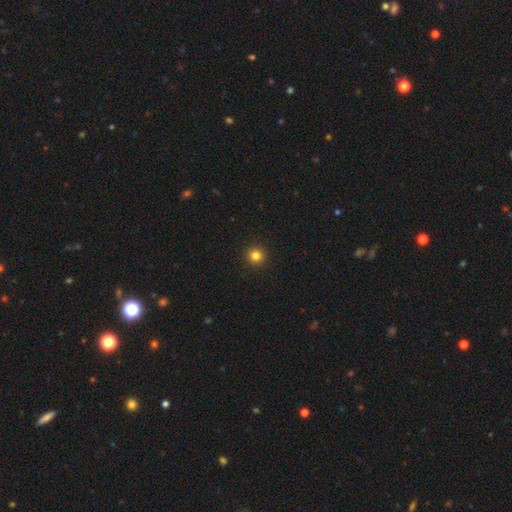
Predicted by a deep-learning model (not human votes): smooth-or-featured: smooth: 81% | star or artifact: 14% | featured or disk: 5%
  how-rounded: round: 96% | in between: 3% | cigar-shaped: 1%
  merging: none: 94% | minor disturbance: 4% | major disturbance: 1% | merger: 1%